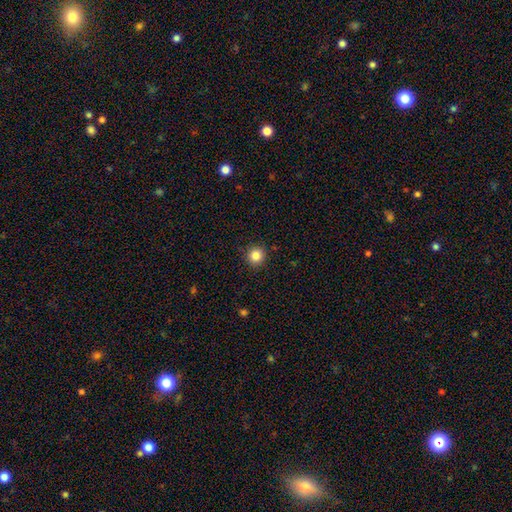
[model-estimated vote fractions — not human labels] The model was most divided on "smooth or featured": smooth: 86%, star or artifact: 10%, featured or disk: 4%. More confident: how rounded — round (94%); merging — none (91%).